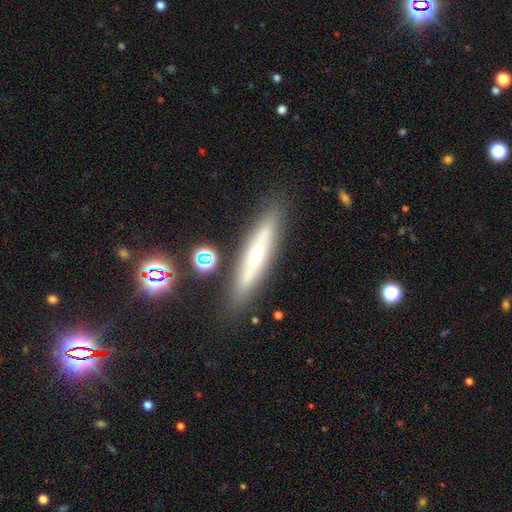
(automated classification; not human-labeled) Smooth or featured? Predicted: featured or disk (p=0.49). Merging? Predicted: none (p=0.84).